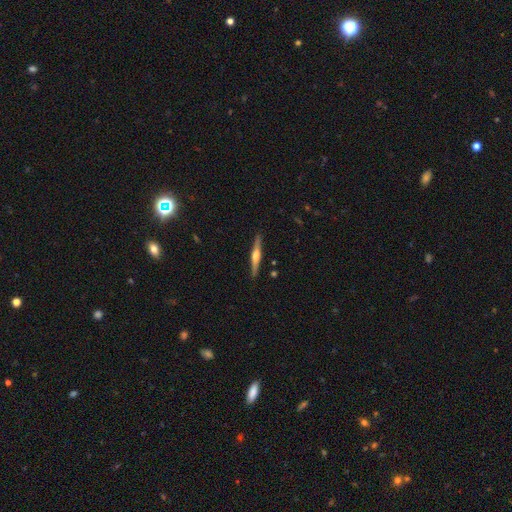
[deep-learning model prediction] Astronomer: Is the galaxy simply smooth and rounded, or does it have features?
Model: featured or disk — 68%.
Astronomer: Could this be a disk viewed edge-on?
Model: yes — 98%.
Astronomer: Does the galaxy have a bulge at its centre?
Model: rounded — 86%.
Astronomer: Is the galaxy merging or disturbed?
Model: none — 90%.